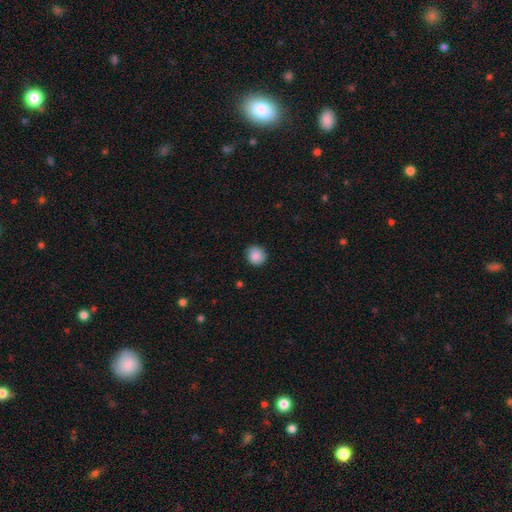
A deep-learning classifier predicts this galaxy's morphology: smooth_or_featured: smooth (p=0.87) [alt: star or artifact p=0.09]
how_rounded: round (p=0.87) [alt: in between p=0.12]
merging: none (p=0.84) [alt: minor disturbance p=0.12]